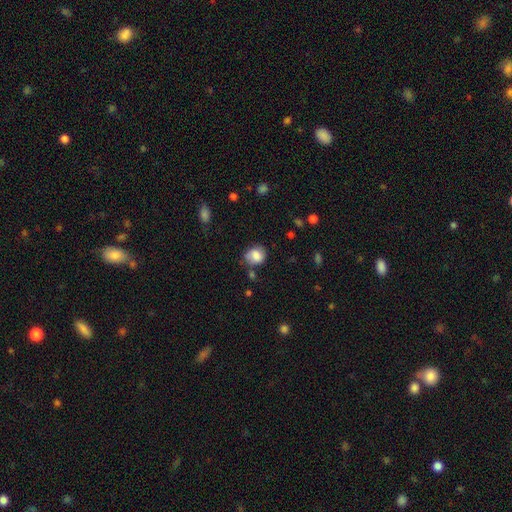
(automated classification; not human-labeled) Overall: smooth (73%). How rounded: round (62%; in between 37%). Merging: none (58%; minor disturbance 27%).